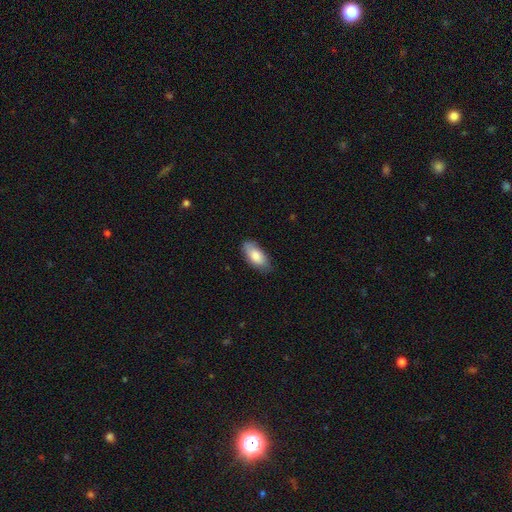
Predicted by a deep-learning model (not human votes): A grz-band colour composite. It shows a smooth galaxy with no disk features (82%) that is in between round and cigar-shaped (89%). Merging: none (77%).